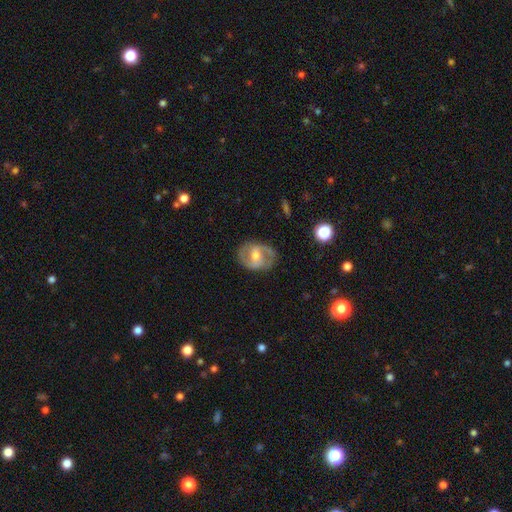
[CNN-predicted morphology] Q: Smooth or featured?
A: featured or disk (74%); runner-up: smooth (20%)
Q: Edge-on disk?
A: no (96%); runner-up: yes (4%)
Q: Bar?
A: weak (47%); runner-up: strong (28%)
Q: Spiral arms?
A: yes (84%); runner-up: no (16%)
Q: Spiral winding?
A: medium (52%); runner-up: tight (27%)
Q: Spiral arm count?
A: 2 (87%); runner-up: can't tell (7%)
Q: Bulge size?
A: moderate (61%); runner-up: small (31%)
Q: Merging?
A: none (79%); runner-up: minor disturbance (14%)